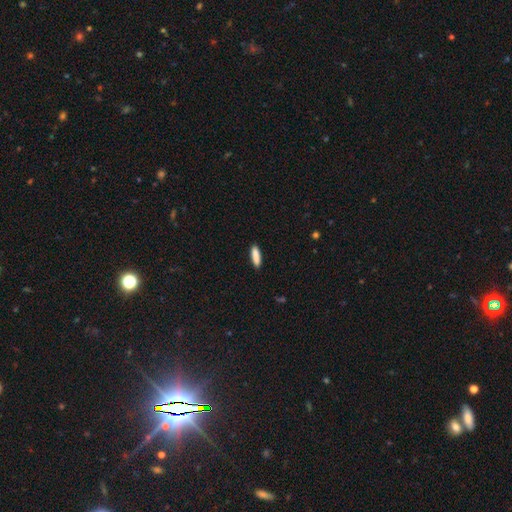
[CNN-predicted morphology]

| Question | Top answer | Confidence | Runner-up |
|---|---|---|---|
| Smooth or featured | smooth | 88% | star or artifact (6%) |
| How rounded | cigar-shaped | 66% | in between (33%) |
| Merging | none | 89% | minor disturbance (8%) |